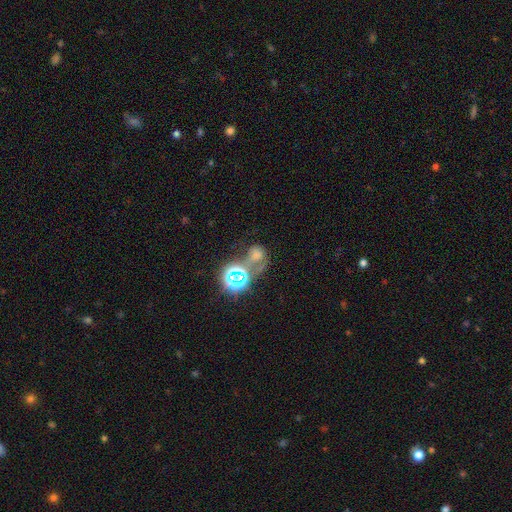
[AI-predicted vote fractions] This appears to be a star or artifact, not a galaxy (48%).